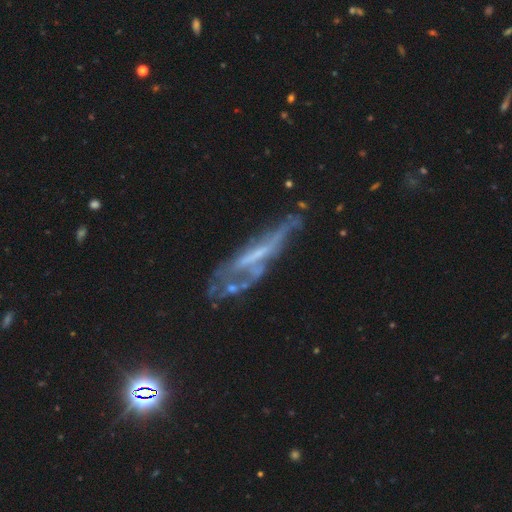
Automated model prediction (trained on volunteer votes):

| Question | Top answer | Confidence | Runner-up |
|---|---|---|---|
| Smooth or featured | featured or disk | 69% | smooth (18%) |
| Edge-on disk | no | 53% | yes (47%) |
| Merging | none | 38% | major disturbance (27%) |